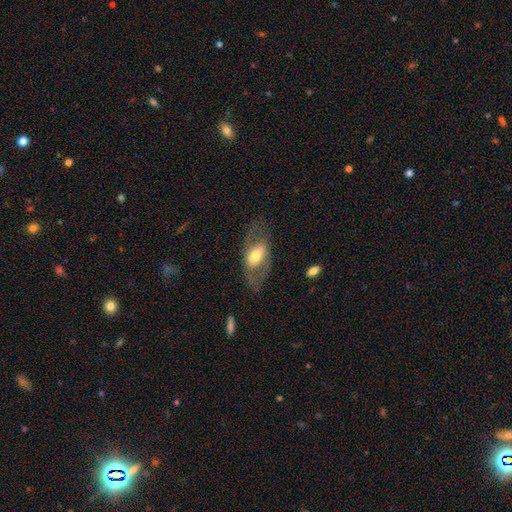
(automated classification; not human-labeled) smooth_or_featured: featured or disk (p=0.63) [alt: smooth p=0.31]
disk_edge_on: no (p=0.88) [alt: yes p=0.12]
bar: no (p=0.36) [alt: weak p=0.34]
has_spiral_arms: yes (p=0.51) [alt: no p=0.49]
bulge_size: moderate (p=0.63) [alt: large p=0.17]
merging: none (p=0.69) [alt: minor disturbance p=0.15]